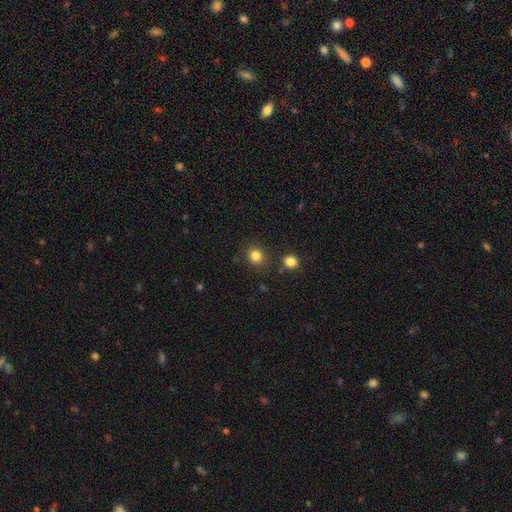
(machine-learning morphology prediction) A smooth galaxy with no disk features (84%) that is round (82%).

Vote fractions:
- Smooth or featured? smooth: 84% / star or artifact: 12% / featured or disk: 5%
- How rounded? round: 82% / in between: 17% / cigar-shaped: 1%
- Merging? none: 85% / minor disturbance: 8% / merger: 4% / major disturbance: 3%